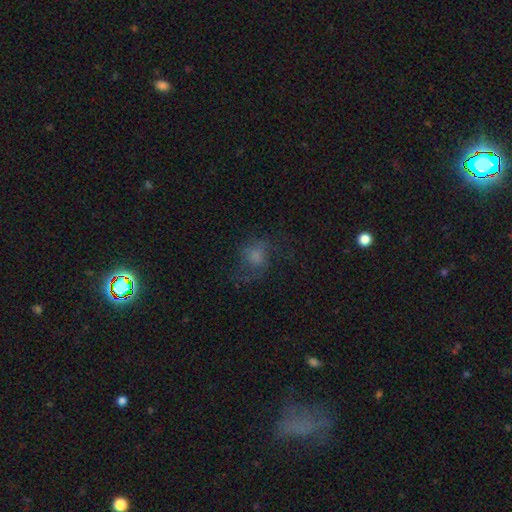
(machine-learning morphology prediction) This is possibly a smooth galaxy (58%). How rounded: likely round (61%). Merging: possibly none (46%).